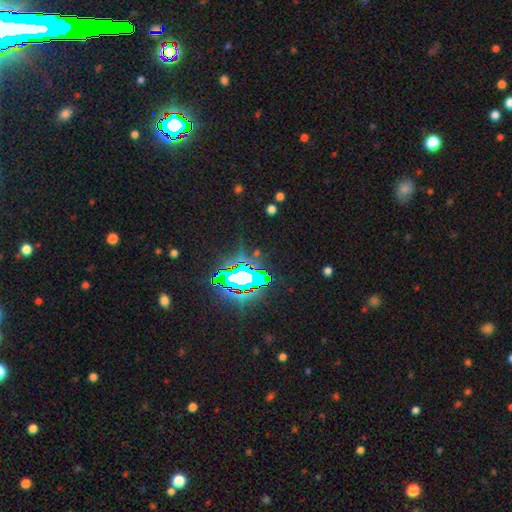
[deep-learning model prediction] A star or artifact, not a galaxy (78%).